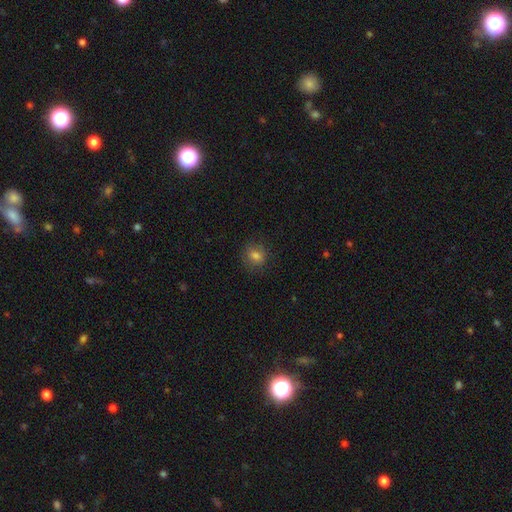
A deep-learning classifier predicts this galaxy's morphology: smooth_or_featured: smooth (p=0.77) [alt: star or artifact p=0.13]
how_rounded: round (p=0.77) [alt: in between p=0.22]
merging: none (p=0.82) [alt: minor disturbance p=0.13]